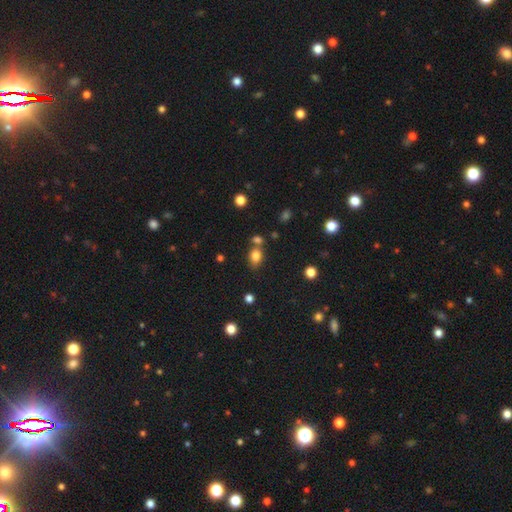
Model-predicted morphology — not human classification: type=smooth (80%); roundness=in between (66%); merging=none (61%).